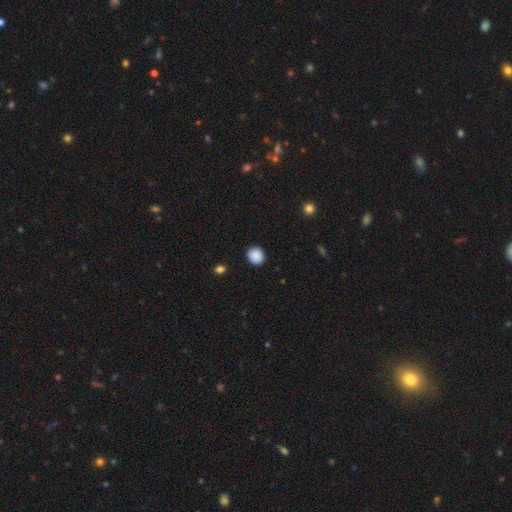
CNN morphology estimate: Smooth or featured? smooth (89%)
How rounded? round (87%)
Merging? none (91%)